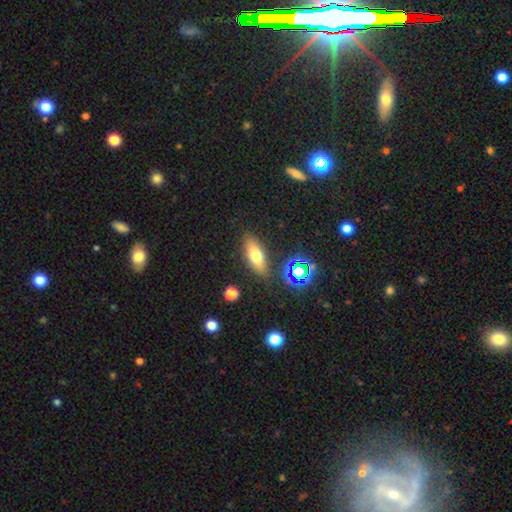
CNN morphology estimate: Smooth or featured: smooth — 61% (featured or disk — 26%)
How rounded: in between — 66% (cigar-shaped — 29%)
Merging: none — 84% (minor disturbance — 10%)